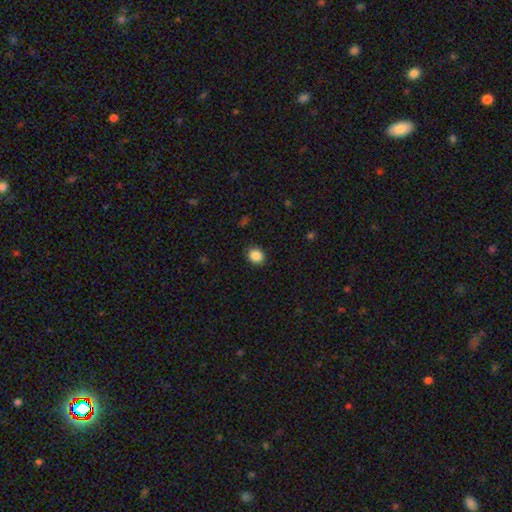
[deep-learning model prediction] smooth_or_featured: smooth (p=0.88) [alt: star or artifact p=0.09]
how_rounded: round (p=0.64) [alt: in between p=0.36]
merging: none (p=0.89) [alt: minor disturbance p=0.08]